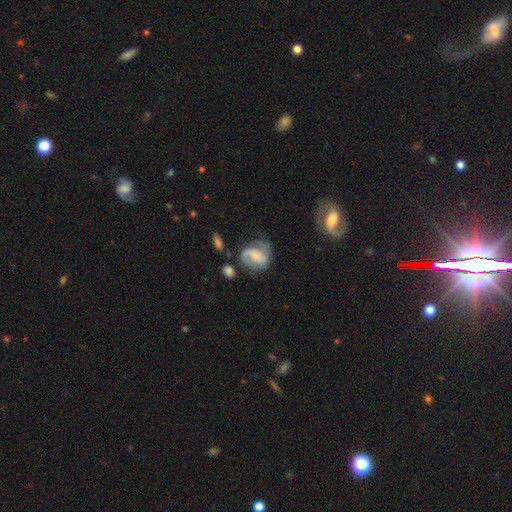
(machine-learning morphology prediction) Smooth or featured? Predicted: featured or disk (p=0.69). Edge-on disk? Predicted: no (p=0.98). Bar? Predicted: no (p=0.44). Spiral arms? Predicted: yes (p=0.92). Spiral winding? Predicted: medium (p=0.47). Spiral arm count? Predicted: 2 (p=0.77). Bulge size? Predicted: none (p=0.37, tied with small). Merging? Predicted: none (p=0.55).